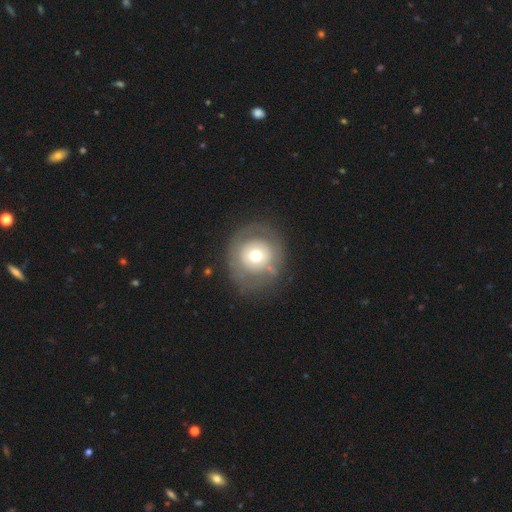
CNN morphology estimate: This appears to be a smooth galaxy with no disk features (55%) that is round (91%). Merging: none (76%).